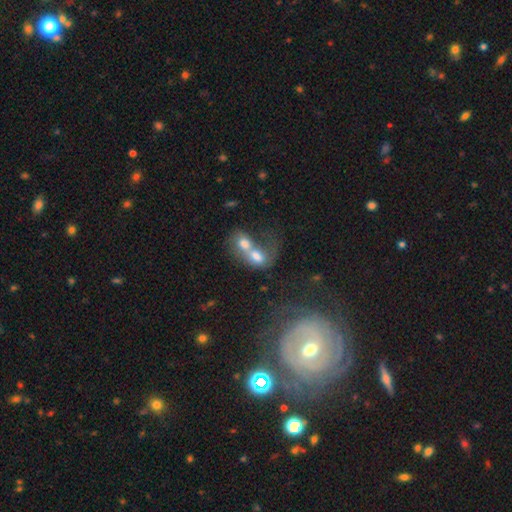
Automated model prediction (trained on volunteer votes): smooth-or-featured: smooth: 54% | featured or disk: 34% | star or artifact: 12%
  how-rounded: in between: 63% | round: 34% | cigar-shaped: 3%
  merging: merger: 81% | none: 8% | major disturbance: 6% | minor disturbance: 4%